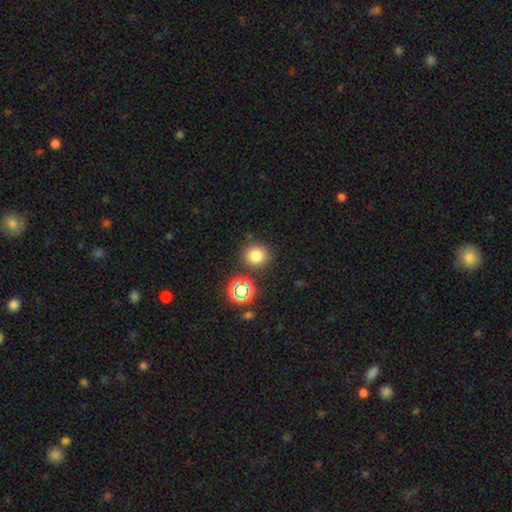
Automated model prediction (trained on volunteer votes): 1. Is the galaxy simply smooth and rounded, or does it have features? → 76% smooth, 17% star or artifact, 6% featured or disk.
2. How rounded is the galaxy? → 87% round, 12% in between, 1% cigar-shaped.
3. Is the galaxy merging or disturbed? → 84% none, 8% minor disturbance, 5% merger, 3% major disturbance.